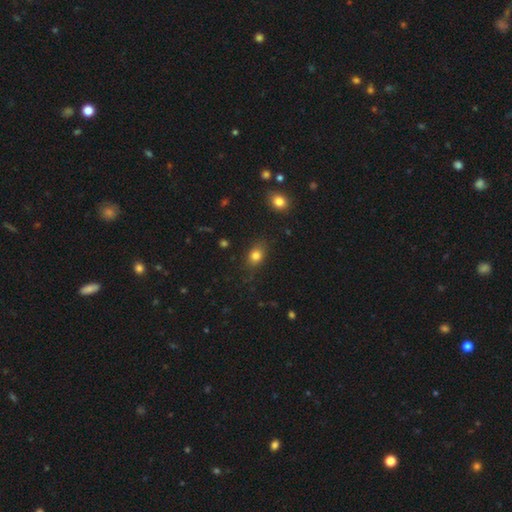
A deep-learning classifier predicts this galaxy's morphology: Q: Smooth or featured?
A: smooth (81%); runner-up: star or artifact (11%)
Q: How rounded?
A: in between (60%); runner-up: round (38%)
Q: Merging?
A: none (79%); runner-up: minor disturbance (16%)